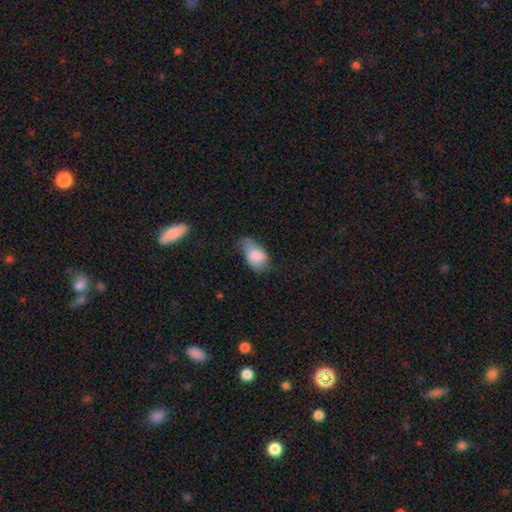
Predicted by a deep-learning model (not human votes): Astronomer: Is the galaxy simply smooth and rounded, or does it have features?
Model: smooth — 75%.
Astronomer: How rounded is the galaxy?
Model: in between — 89%.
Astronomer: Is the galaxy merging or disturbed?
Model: minor disturbance — 41% (runner-up: none, 36%).